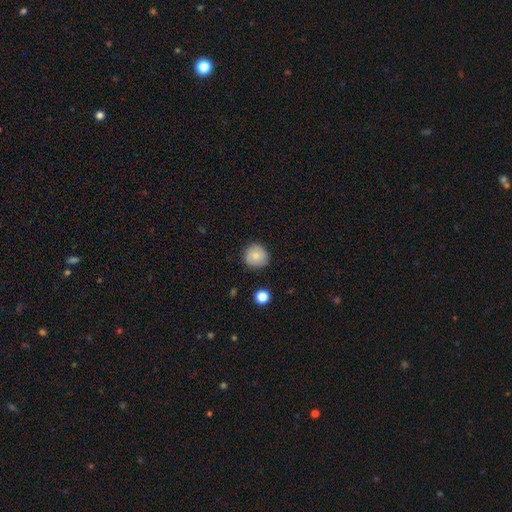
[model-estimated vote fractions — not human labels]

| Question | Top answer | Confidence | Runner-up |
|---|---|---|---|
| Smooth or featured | smooth | 77% | featured or disk (14%) |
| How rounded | round | 92% | in between (7%) |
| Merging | none | 83% | minor disturbance (13%) |